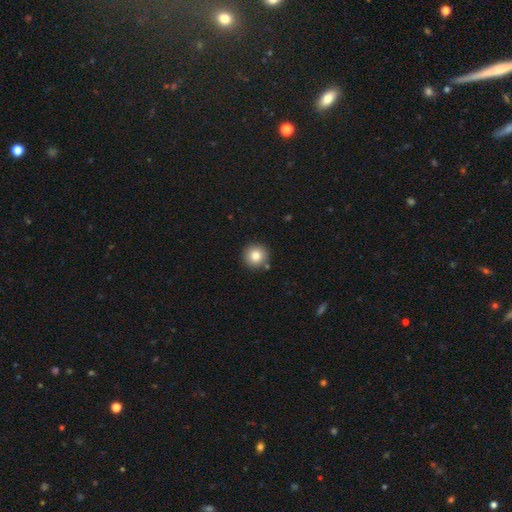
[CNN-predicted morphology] Q: Smooth or featured?
A: smooth (83%); runner-up: star or artifact (10%)
Q: How rounded?
A: round (95%); runner-up: in between (4%)
Q: Merging?
A: none (87%); runner-up: minor disturbance (7%)